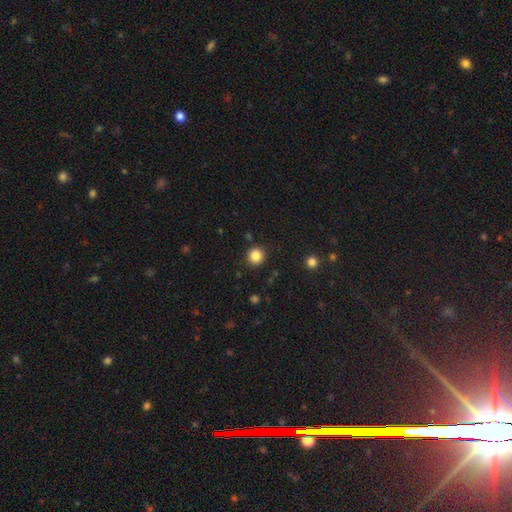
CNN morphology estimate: Q: Smooth or featured?
A: smooth (85%); runner-up: star or artifact (11%)
Q: How rounded?
A: round (93%); runner-up: in between (6%)
Q: Merging?
A: none (90%); runner-up: minor disturbance (6%)